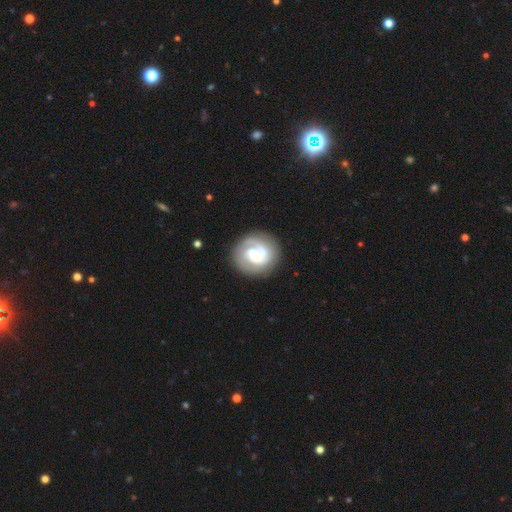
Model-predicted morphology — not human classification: The model was most divided on "bulge size": small: 35%, moderate: 34%, large: 19%, none: 8%, dominant: 4%. Remaining: edge-on disk — no (98%); spiral arms — yes (93%); merging — none (76%); smooth or featured — featured or disk (75%); spiral winding — tight (55%); bar — no (53%); spiral arm count — 2 (41%).